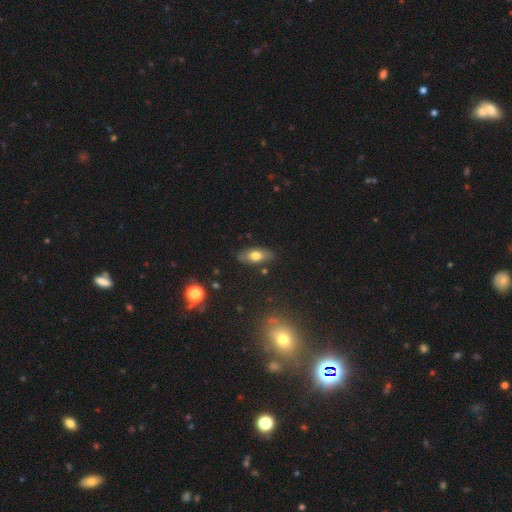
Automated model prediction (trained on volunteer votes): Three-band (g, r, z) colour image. It shows a smooth galaxy with no disk features (68%) that is in between round and cigar-shaped (84%). Merging: none (84%).